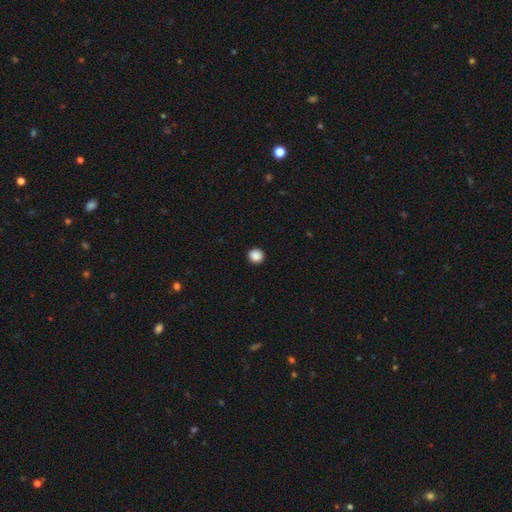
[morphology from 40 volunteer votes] Smooth or featured?
  - smooth: 88% *
  - star or artifact: 12%
  - featured or disk: 0%
How rounded?
  - round: 100% *
  - in between: 0%
  - cigar-shaped: 0%
Merging?
  - none: 97% *
  - minor disturbance: 3%
  - major disturbance: 0%
  - merger: 0%